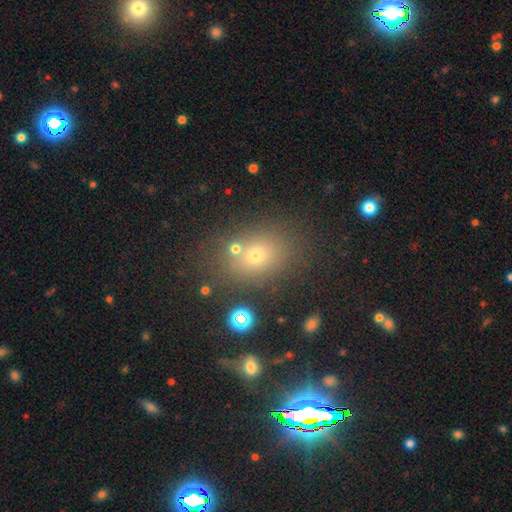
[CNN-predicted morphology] Overall: smooth (65%). How rounded: in between (54%; round 45%). Merging: none (72%).